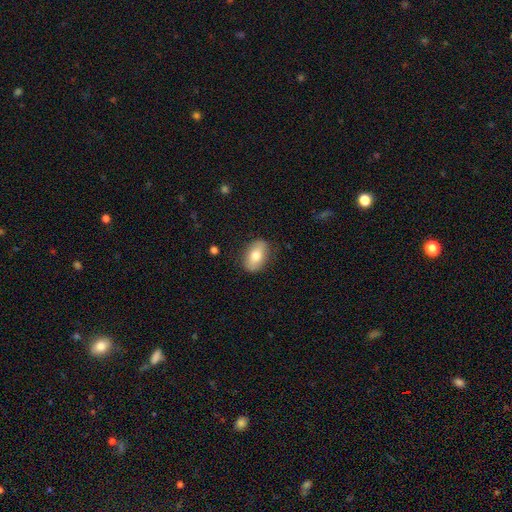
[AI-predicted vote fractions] smooth 73%, featured or disk 21%, star or artifact 7%. Down the decision tree: how rounded — in between (89%); merging — none (84%).